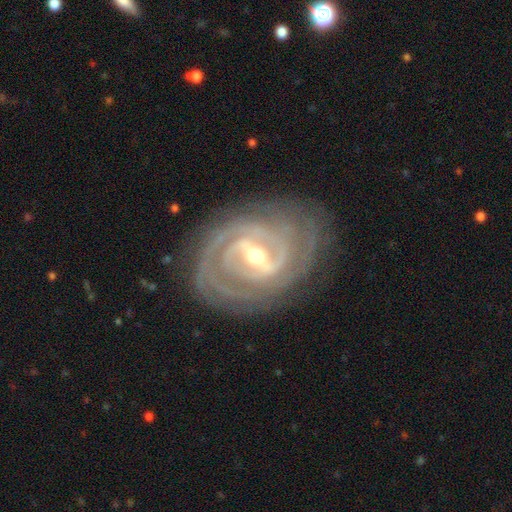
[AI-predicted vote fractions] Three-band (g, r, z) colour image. It shows a featured or disk galaxy (92%) with a strong bar (58%), 2 (30%) tight (79%) spiral arms (97%) and a moderate central bulge (57%). Merging: none (81%).